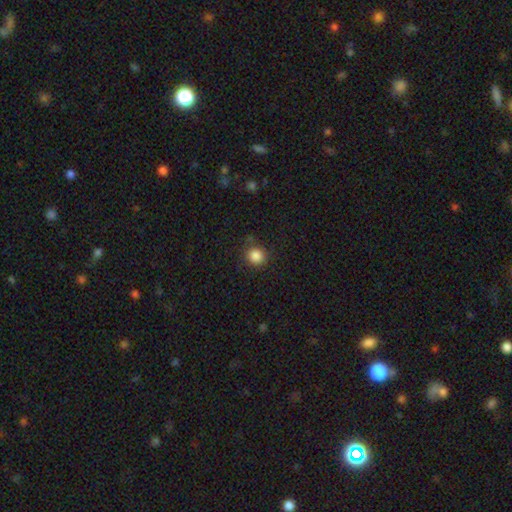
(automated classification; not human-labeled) Overall: smooth (86%). How rounded: round (89%). Merging: none (85%).